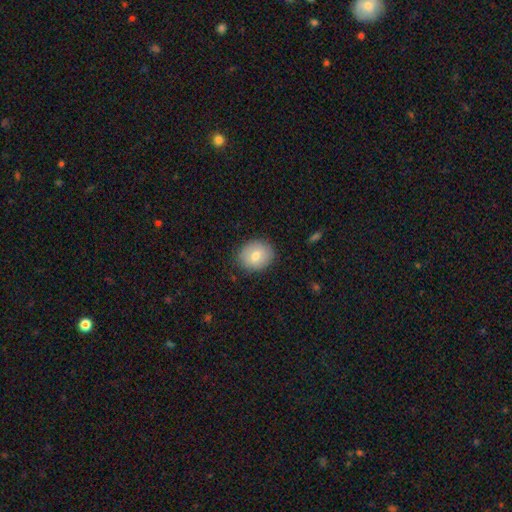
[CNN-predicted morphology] This is likely a smooth galaxy (76%). How rounded: possibly round (58%). Merging: clearly none (86%).